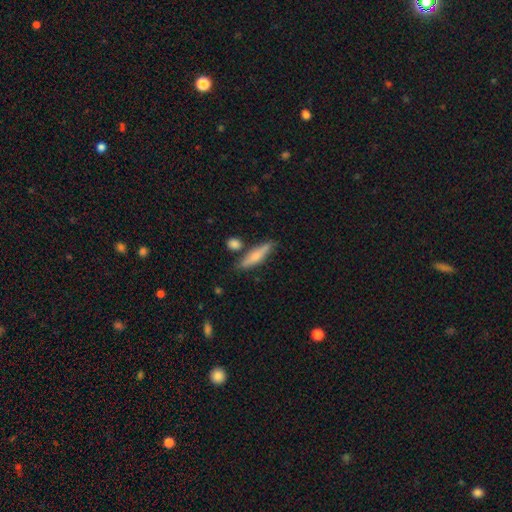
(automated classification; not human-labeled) Smooth or featured? smooth (66%)
How rounded? cigar-shaped (79%)
Merging? none (76%)